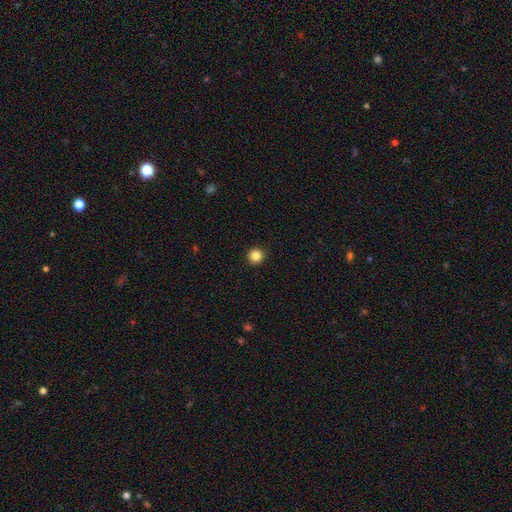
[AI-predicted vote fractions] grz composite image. It shows a smooth galaxy with no disk features (85%) that is round (95%). Merging: none (94%).